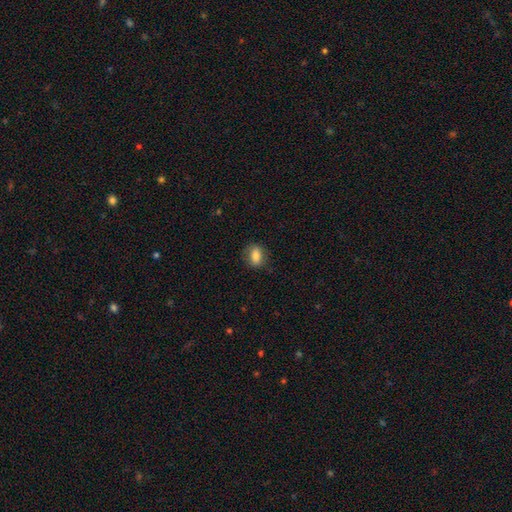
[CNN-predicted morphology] This is clearly a smooth galaxy (81%). How rounded: likely in between (72%). Merging: likely none (76%).